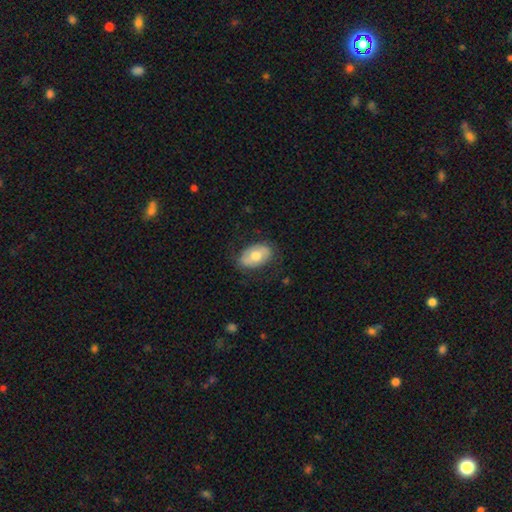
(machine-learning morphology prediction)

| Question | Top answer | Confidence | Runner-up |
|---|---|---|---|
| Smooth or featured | smooth | 62% | featured or disk (32%) |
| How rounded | in between | 90% | round (8%) |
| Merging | none | 75% | minor disturbance (18%) |